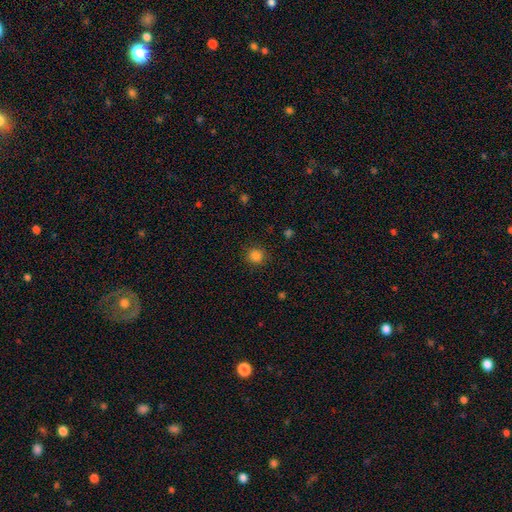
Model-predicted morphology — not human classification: Smooth or featured? Predicted: smooth (p=0.84). How rounded? Predicted: round (p=0.92). Merging? Predicted: none (p=0.89).